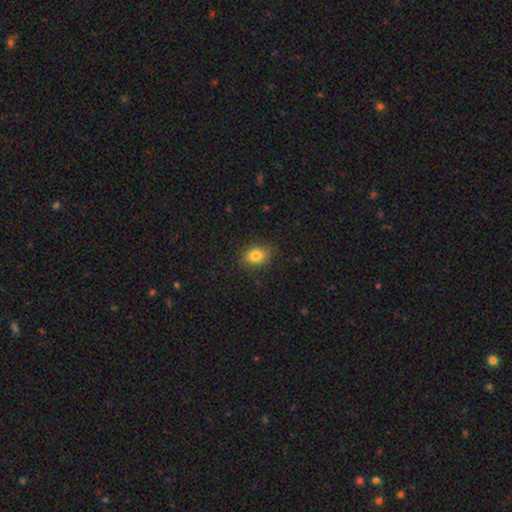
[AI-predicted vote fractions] The model was most divided on "how rounded": in between: 66%, round: 33%, cigar-shaped: 1%. More confident: merging — none (85%); smooth or featured — smooth (84%).